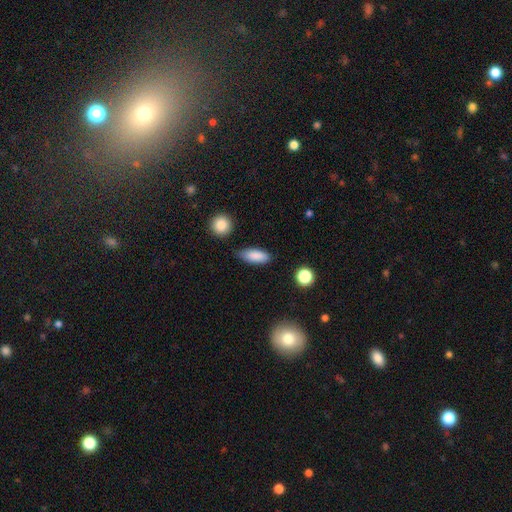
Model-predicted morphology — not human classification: Smooth or featured: smooth — 86% (star or artifact — 7%)
How rounded: in between — 76% (cigar-shaped — 20%)
Merging: none — 78% (minor disturbance — 16%)